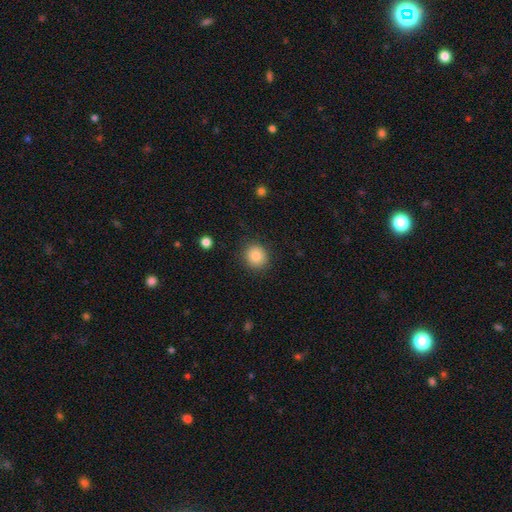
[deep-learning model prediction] Overall: smooth (84%). How rounded: round (86%). Merging: none (88%).